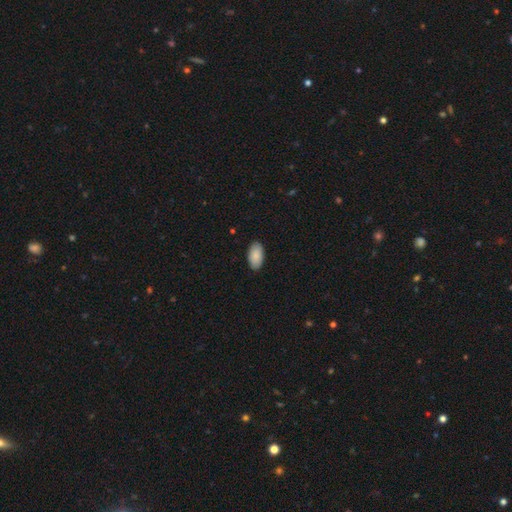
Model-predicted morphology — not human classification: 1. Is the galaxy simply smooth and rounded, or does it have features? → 89% smooth, 6% star or artifact, 6% featured or disk.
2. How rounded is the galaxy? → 96% in between, 3% round, 2% cigar-shaped.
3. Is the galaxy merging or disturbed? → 89% none, 9% minor disturbance, 2% major disturbance, 1% merger.